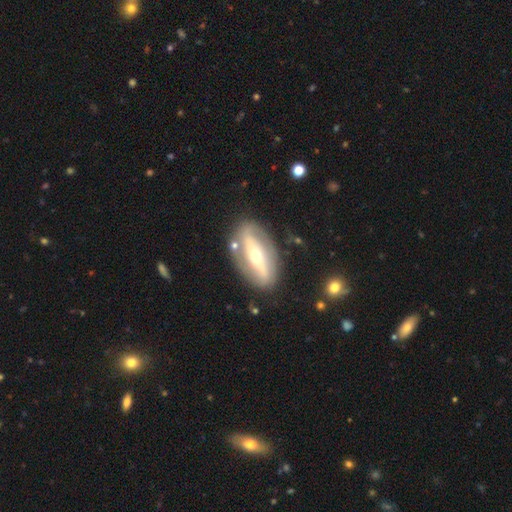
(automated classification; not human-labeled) featured or disk 74%, smooth 21%, star or artifact 5%. Down the decision tree: edge-on disk — no (83%); bar — strong (56%); spiral arms — yes (54%); bulge size — moderate (55%); merging — none (79%).